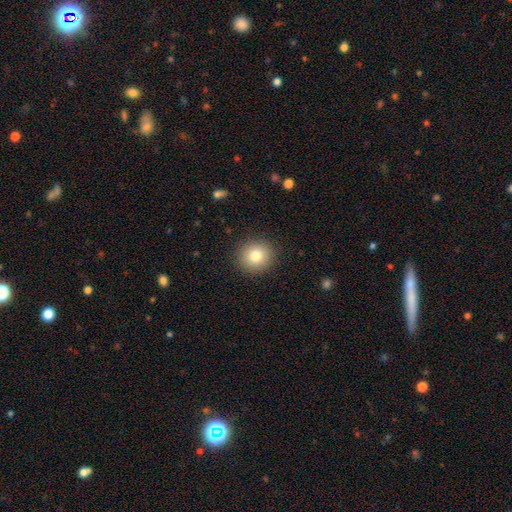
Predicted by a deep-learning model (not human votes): Smooth or featured?
  - smooth: 80% *
  - star or artifact: 10%
  - featured or disk: 9%
How rounded?
  - round: 88% *
  - in between: 11%
  - cigar-shaped: 1%
Merging?
  - none: 90% *
  - minor disturbance: 6%
  - major disturbance: 2%
  - merger: 1%